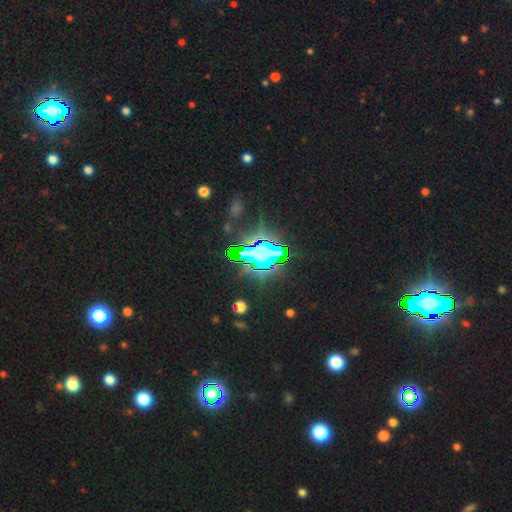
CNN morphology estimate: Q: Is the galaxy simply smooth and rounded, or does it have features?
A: star or artifact — 81%.